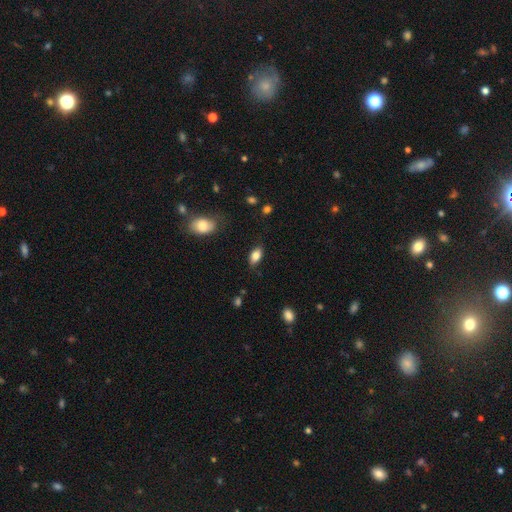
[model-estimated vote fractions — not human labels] Morphology: type=smooth (82%); roundness=in between (90%); merging=none (81%).